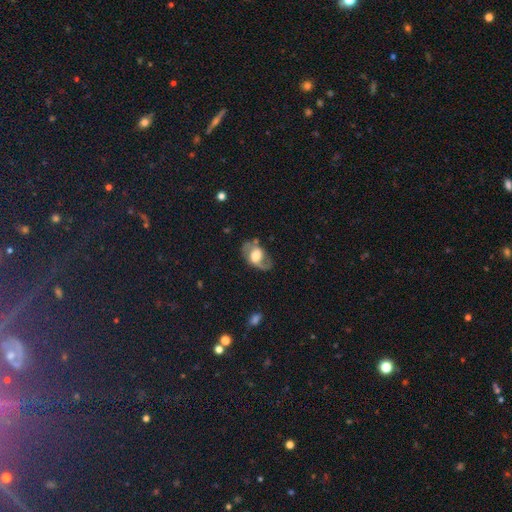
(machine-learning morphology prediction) A featured or disk galaxy (62%) with no bar (48%), spiral arms (71%) and a large central bulge (47%). Merging: none (64%).